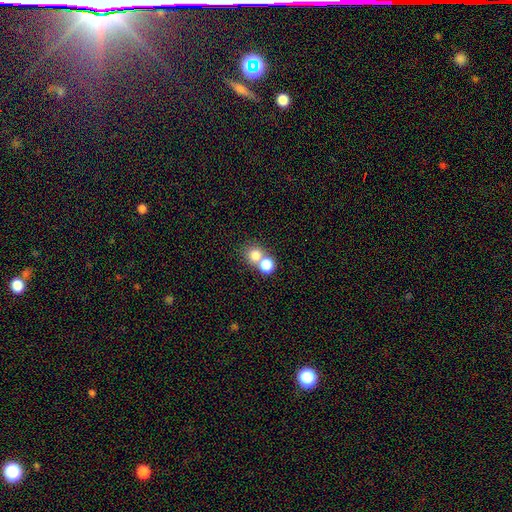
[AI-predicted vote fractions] Smooth or featured: smooth — 78% (star or artifact — 13%)
How rounded: round — 83% (in between — 16%)
Merging: merger — 50% (none — 43%)